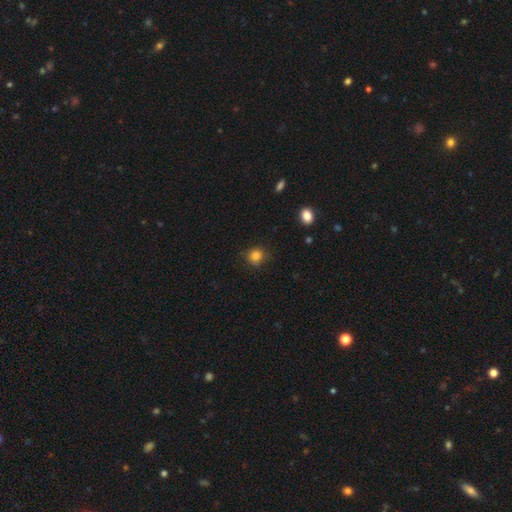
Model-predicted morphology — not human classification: Smooth or featured? Predicted: smooth (p=0.84). How rounded? Predicted: round (p=0.88). Merging? Predicted: none (p=0.81).